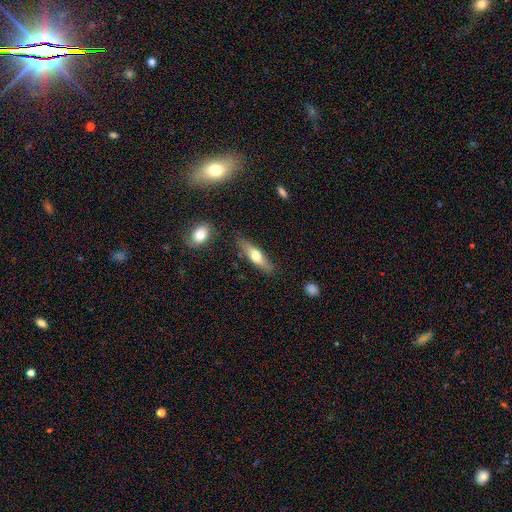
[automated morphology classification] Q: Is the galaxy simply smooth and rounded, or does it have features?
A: smooth — 55%.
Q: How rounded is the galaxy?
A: cigar-shaped — 63%.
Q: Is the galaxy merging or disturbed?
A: none — 81%.